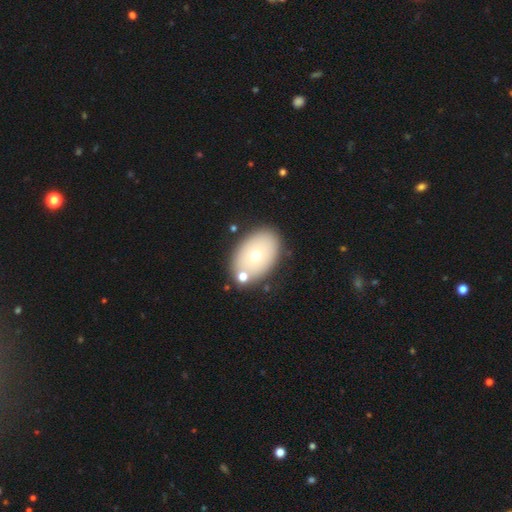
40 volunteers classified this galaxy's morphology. Smooth or featured? 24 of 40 (60%) said smooth. How rounded? 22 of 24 (92%) said in between. Merging? 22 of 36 (61%) said none.